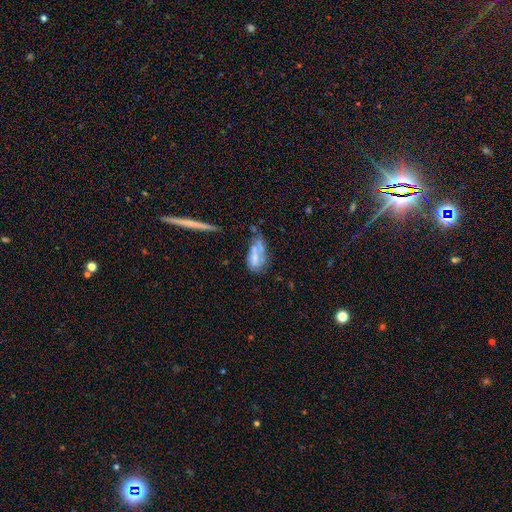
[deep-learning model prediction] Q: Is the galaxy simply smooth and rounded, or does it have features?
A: smooth — 52%.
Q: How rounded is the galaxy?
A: in between — 83%.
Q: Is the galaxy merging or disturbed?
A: none — 30%.